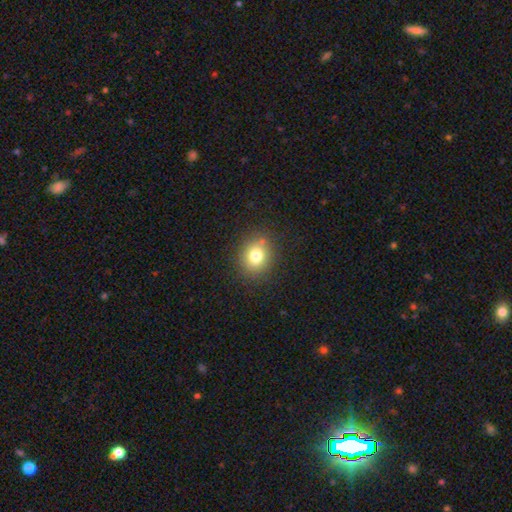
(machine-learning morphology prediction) This is likely a smooth galaxy (77%). How rounded: likely round (70%). Merging: clearly none (85%).